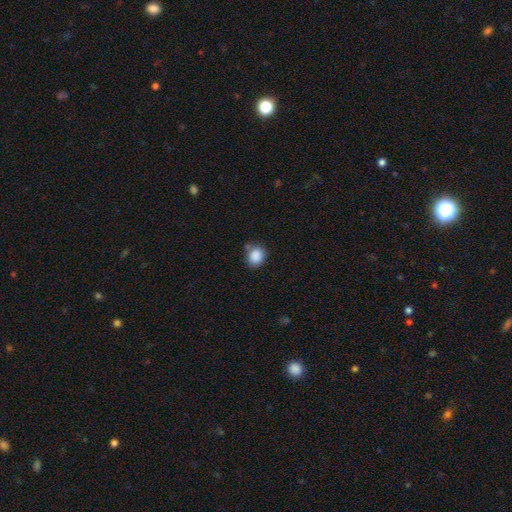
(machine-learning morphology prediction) A smooth galaxy with no disk features (88%) that is round (61%). Merging: none (70%).